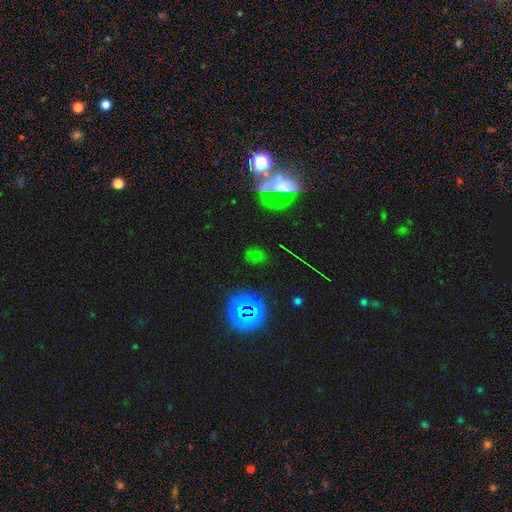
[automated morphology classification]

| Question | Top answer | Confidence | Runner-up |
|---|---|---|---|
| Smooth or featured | star or artifact | 53% | smooth (37%) |